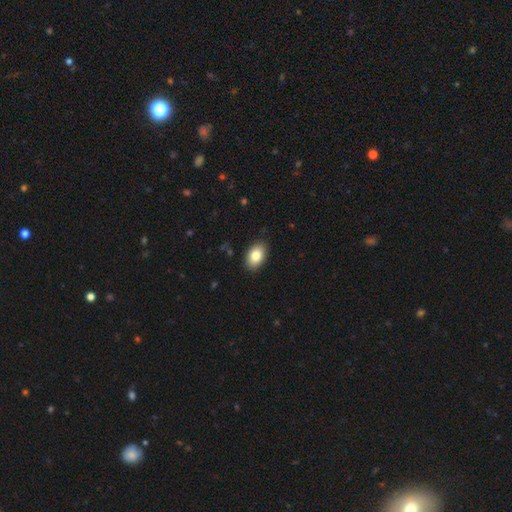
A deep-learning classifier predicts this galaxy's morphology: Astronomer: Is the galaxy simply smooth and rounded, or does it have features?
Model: smooth — 82%.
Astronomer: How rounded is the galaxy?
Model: in between — 88%.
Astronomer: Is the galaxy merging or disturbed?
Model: none — 88%.